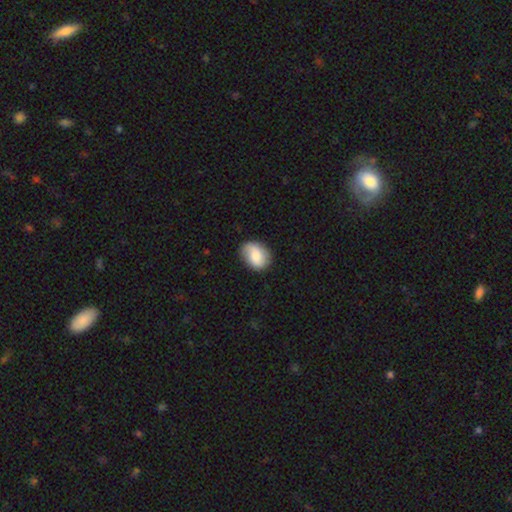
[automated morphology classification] Smooth or featured: smooth — 65% (featured or disk — 28%)
How rounded: in between — 62% (round — 37%)
Merging: none — 77% (minor disturbance — 18%)